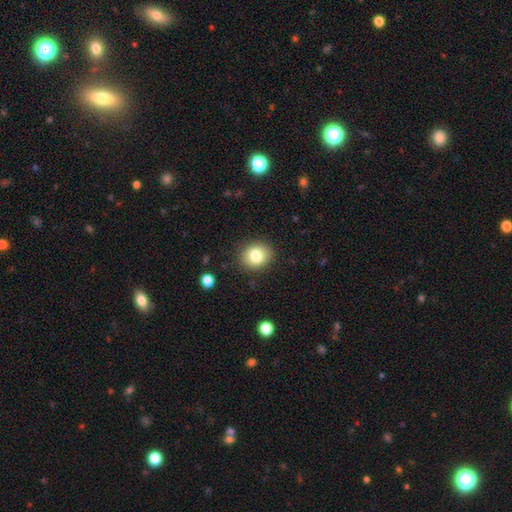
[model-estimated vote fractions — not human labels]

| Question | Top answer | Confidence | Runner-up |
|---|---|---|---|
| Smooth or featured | smooth | 81% | featured or disk (10%) |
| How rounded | round | 60% | in between (39%) |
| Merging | none | 87% | minor disturbance (9%) |